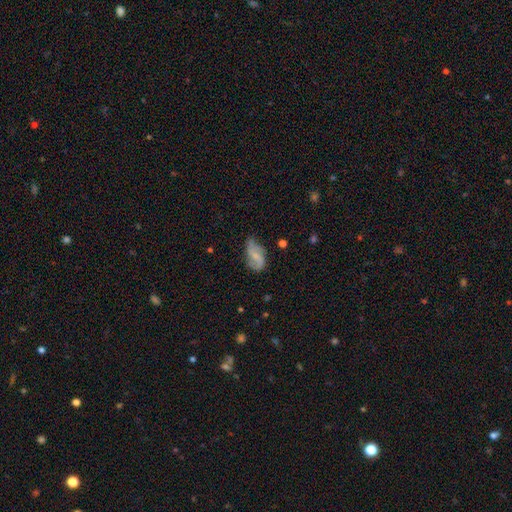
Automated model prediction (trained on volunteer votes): The model was most divided on "bar" (2-way tie): no: 43%, weak: 43%, strong: 15%. Remaining: edge-on disk — no (96%); spiral arms — yes (84%); spiral arm count — 2 (72%); smooth or featured — featured or disk (62%); spiral winding — loose (58%); bulge size — small (51%); merging — none (47%).